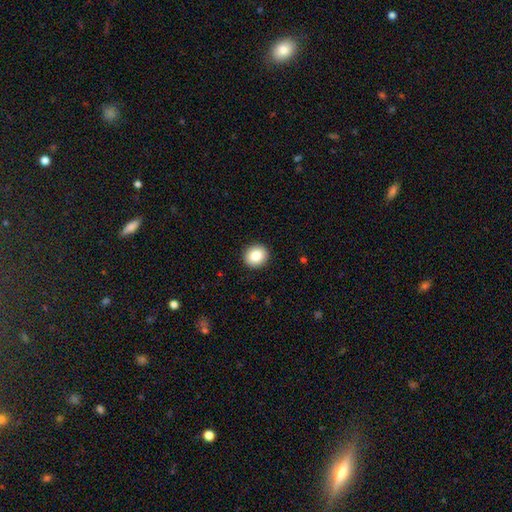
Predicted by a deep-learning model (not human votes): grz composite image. It shows a smooth galaxy with no disk features (86%) that is round (80%). Merging: none (92%).